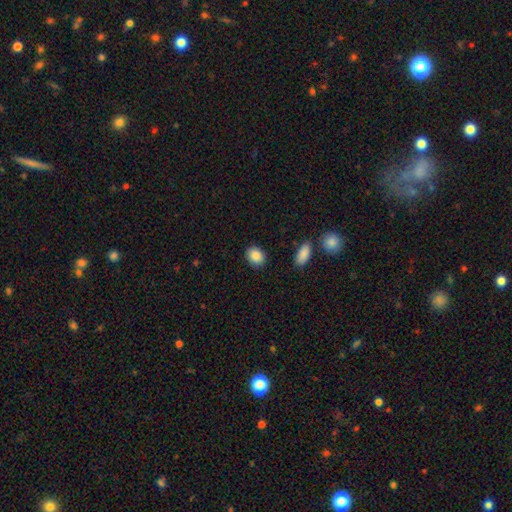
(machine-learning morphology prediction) Overall: smooth (88%). How rounded: in between (56%; round 43%). Merging: none (88%).